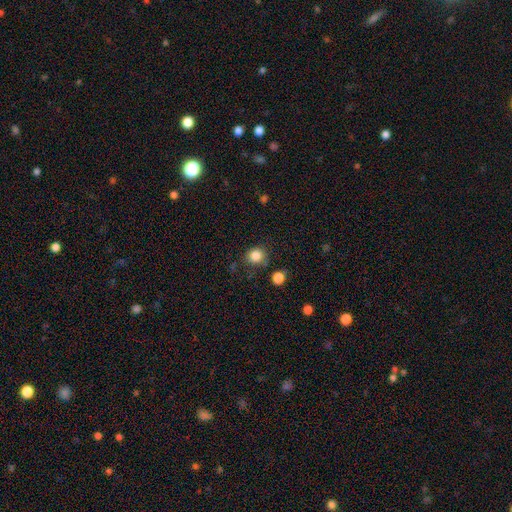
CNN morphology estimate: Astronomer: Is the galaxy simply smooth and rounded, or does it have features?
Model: smooth — 85%.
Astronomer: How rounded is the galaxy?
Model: round — 84%.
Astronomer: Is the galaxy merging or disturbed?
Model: none — 78%.